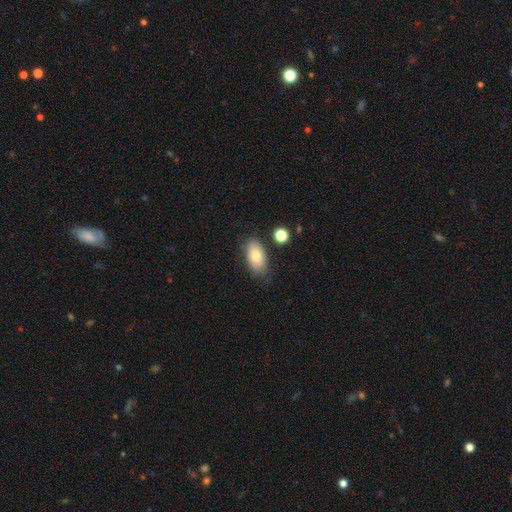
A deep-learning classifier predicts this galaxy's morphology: Smooth or featured?
  - smooth: 77% *
  - featured or disk: 15%
  - star or artifact: 7%
How rounded?
  - in between: 92% *
  - round: 5%
  - cigar-shaped: 3%
Merging?
  - none: 73% *
  - minor disturbance: 18%
  - major disturbance: 4%
  - merger: 4%